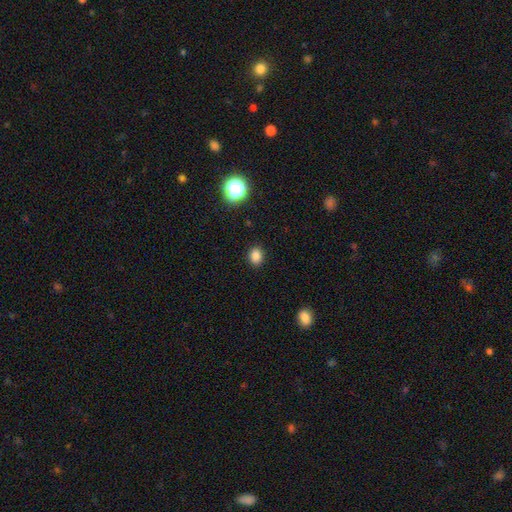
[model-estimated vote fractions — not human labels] smooth-or-featured: smooth: 83% | star or artifact: 13% | featured or disk: 4%
  how-rounded: round: 55% | in between: 44% | cigar-shaped: 1%
  merging: none: 89% | minor disturbance: 7% | major disturbance: 2% | merger: 1%